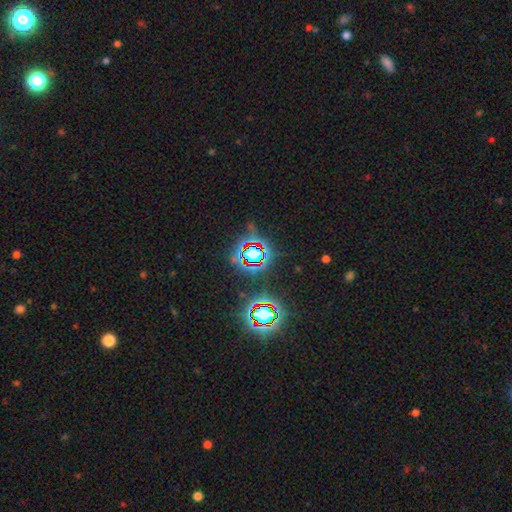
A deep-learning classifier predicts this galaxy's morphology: Smooth or featured? star or artifact (73%)